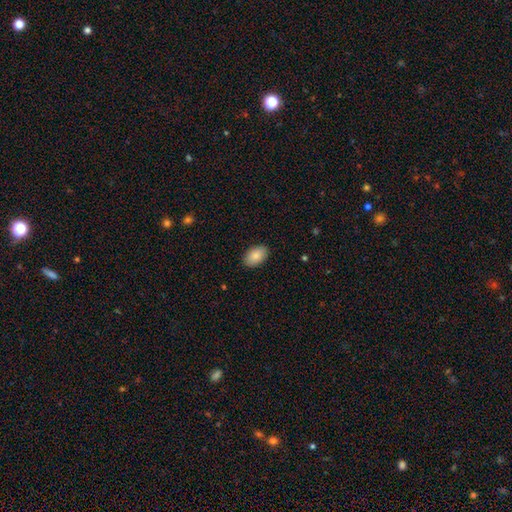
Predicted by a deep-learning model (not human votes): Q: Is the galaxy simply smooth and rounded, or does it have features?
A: smooth — 88%.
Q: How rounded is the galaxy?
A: in between — 92%.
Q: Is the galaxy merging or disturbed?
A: none — 89%.